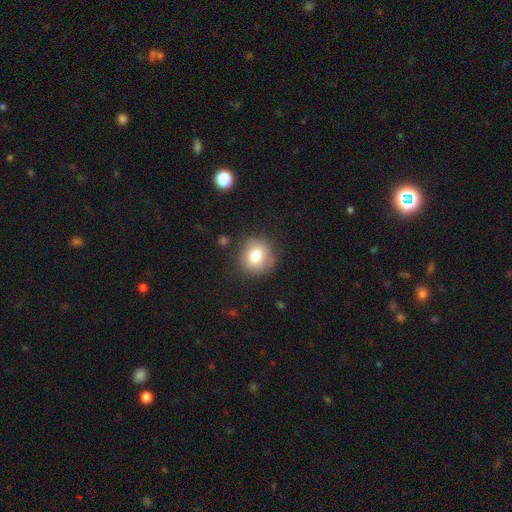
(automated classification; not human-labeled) Smooth or featured?
  - smooth: 78% *
  - featured or disk: 11%
  - star or artifact: 11%
How rounded?
  - round: 88% *
  - in between: 11%
  - cigar-shaped: 1%
Merging?
  - none: 84% *
  - minor disturbance: 11%
  - major disturbance: 3%
  - merger: 2%